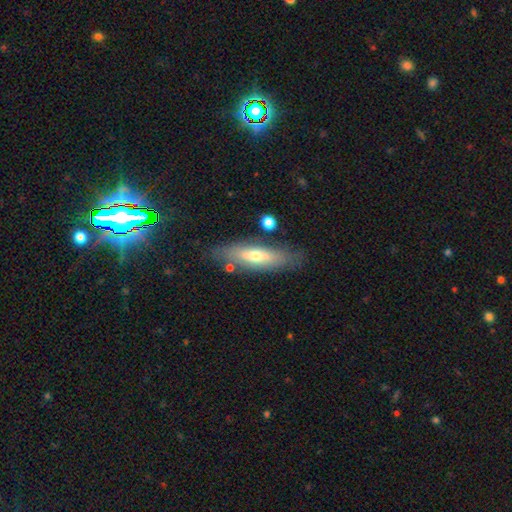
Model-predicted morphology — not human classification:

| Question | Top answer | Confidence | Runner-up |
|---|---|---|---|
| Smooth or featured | featured or disk | 46% | smooth (44%) |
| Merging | none | 80% | minor disturbance (13%) |